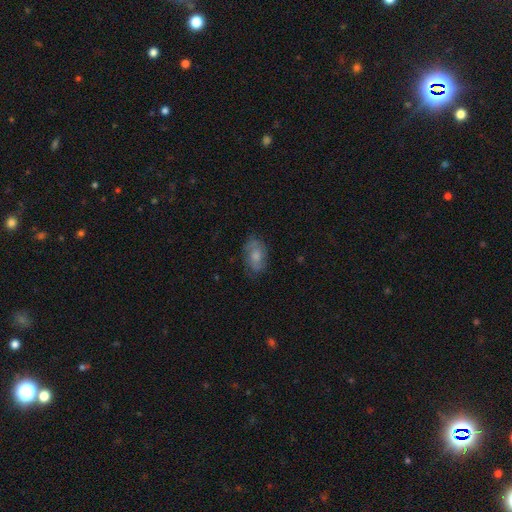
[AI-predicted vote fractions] This appears to be a smooth galaxy with no disk features (64%) that is in between round and cigar-shaped (90%). Merging: none (68%).